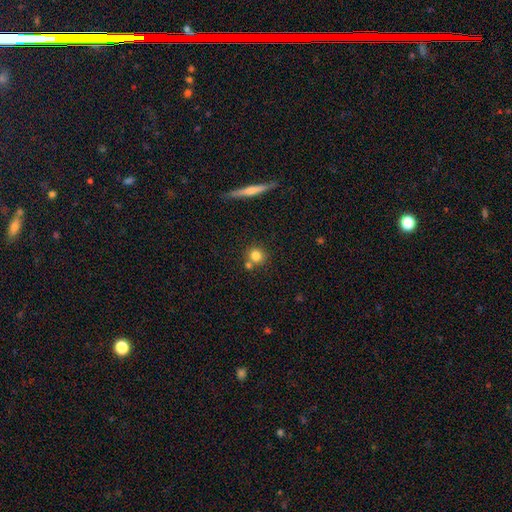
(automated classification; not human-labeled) Morphology: type=smooth (78%); roundness=round (89%); merging=none (65%).